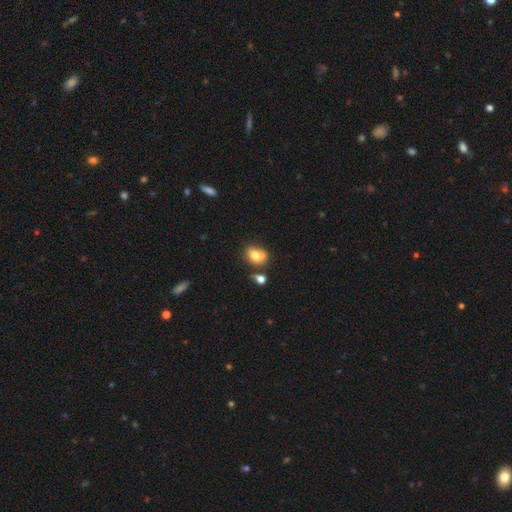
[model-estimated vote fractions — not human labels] Q: Smooth or featured?
A: smooth (77%); runner-up: featured or disk (13%)
Q: How rounded?
A: in between (69%); runner-up: round (30%)
Q: Merging?
A: none (51%); runner-up: minor disturbance (25%)